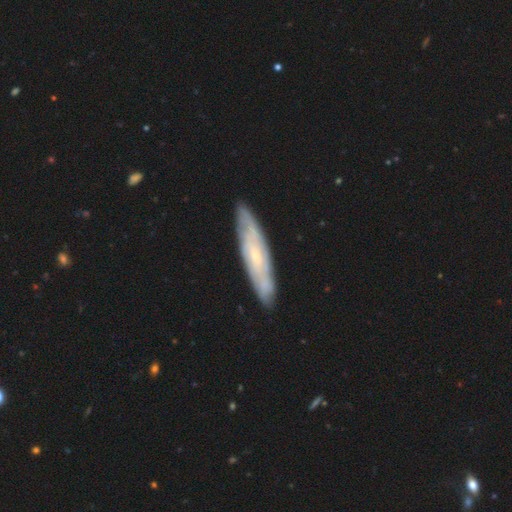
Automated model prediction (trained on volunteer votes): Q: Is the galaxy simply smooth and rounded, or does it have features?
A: featured or disk — 67%.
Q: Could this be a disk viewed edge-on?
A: no — 57%.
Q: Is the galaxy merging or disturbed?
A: none — 85%.